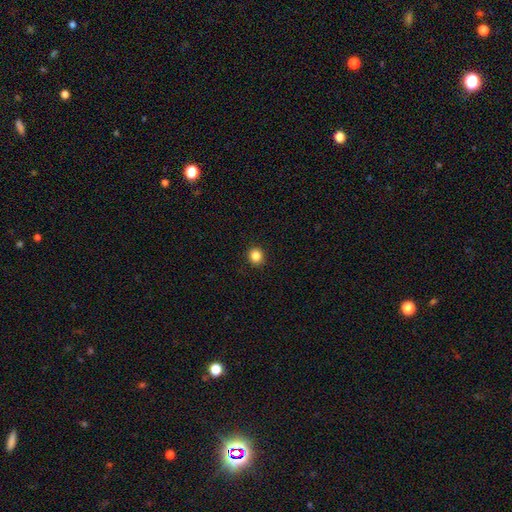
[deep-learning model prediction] Overall: smooth (85%). How rounded: round (89%). Merging: none (93%).